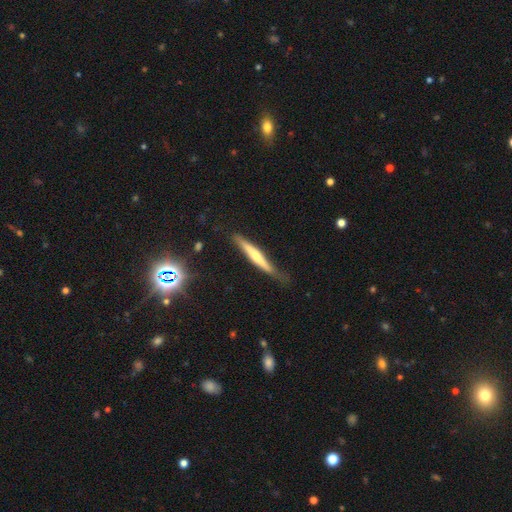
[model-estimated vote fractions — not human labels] Smooth or featured? Predicted: featured or disk (p=0.51). Edge-on disk? Predicted: yes (p=0.94). Merging? Predicted: none (p=0.70).